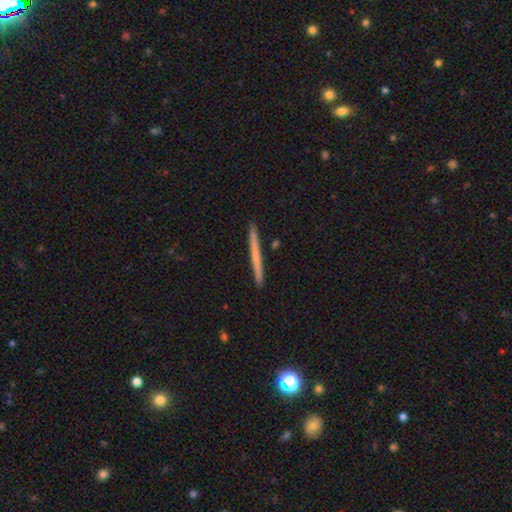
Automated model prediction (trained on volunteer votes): This is possibly a smooth galaxy (56%). How rounded: clearly cigar-shaped (97%). Merging: clearly none (92%).